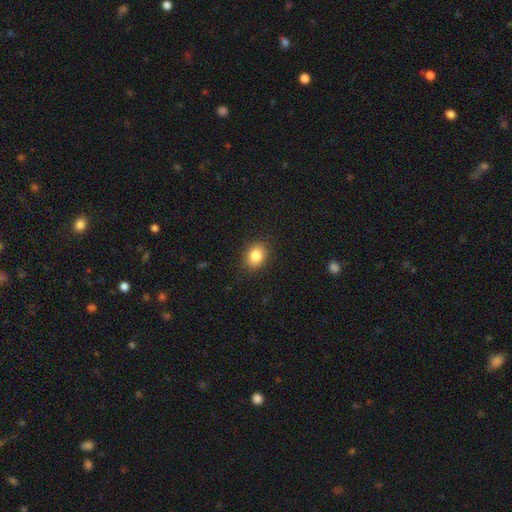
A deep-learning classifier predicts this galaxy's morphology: Smooth or featured? Predicted: smooth (p=0.85). How rounded? Predicted: in between (p=0.64). Merging? Predicted: none (p=0.89).